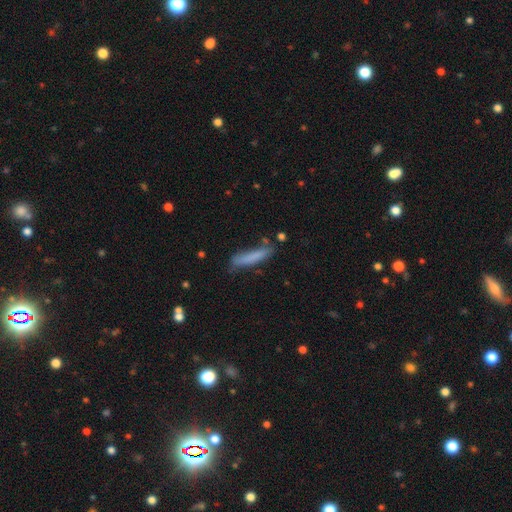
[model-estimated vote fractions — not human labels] This appears to be a smooth galaxy with no disk features (75%) that is cigar-shaped (89%). Merging: none (68%).